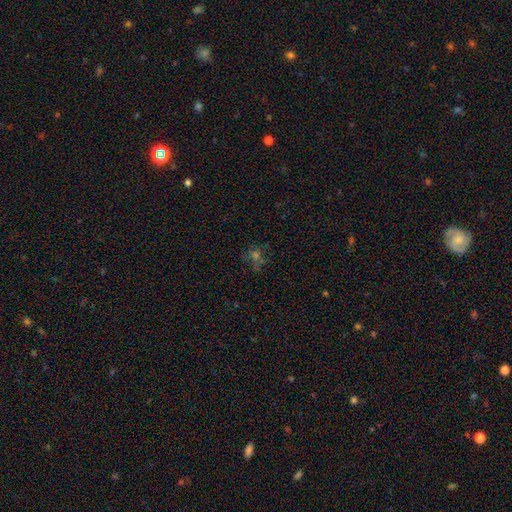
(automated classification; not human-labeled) Smooth or featured?
  - star or artifact: 42% *
  - smooth: 34%
  - featured or disk: 24%